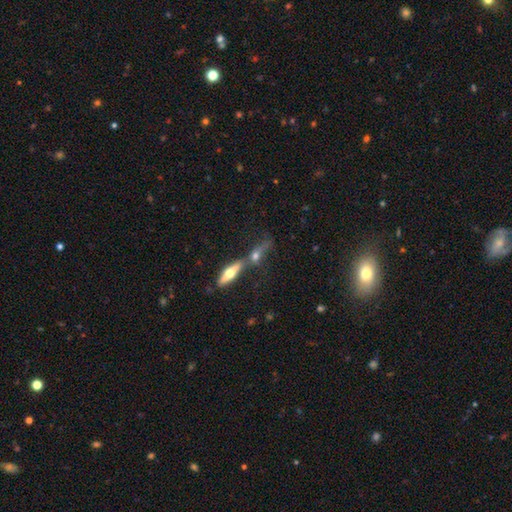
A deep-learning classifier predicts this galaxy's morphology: Overall: featured or disk (45%; smooth 44%). Merging: merger (45%; none 37%).